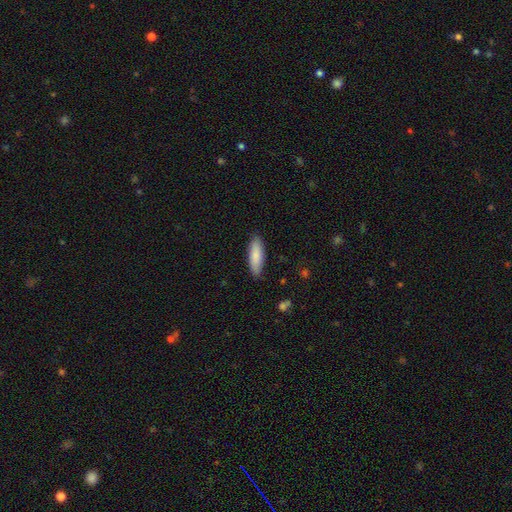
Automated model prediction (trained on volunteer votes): A smooth galaxy with no disk features (85%) that is in between round and cigar-shaped (50%).

Vote fractions:
- Smooth or featured? smooth: 85% / featured or disk: 9% / star or artifact: 5%
- How rounded? in between: 50% / cigar-shaped: 48% / round: 1%
- Merging? none: 85% / minor disturbance: 12% / major disturbance: 2% / merger: 1%